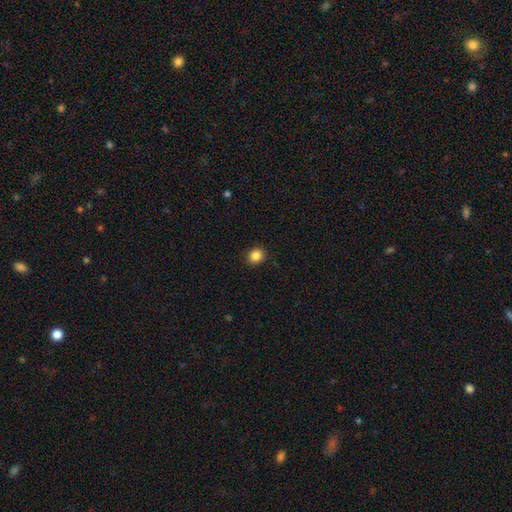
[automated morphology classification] type=smooth (86%); roundness=round (79%); merging=none (91%).